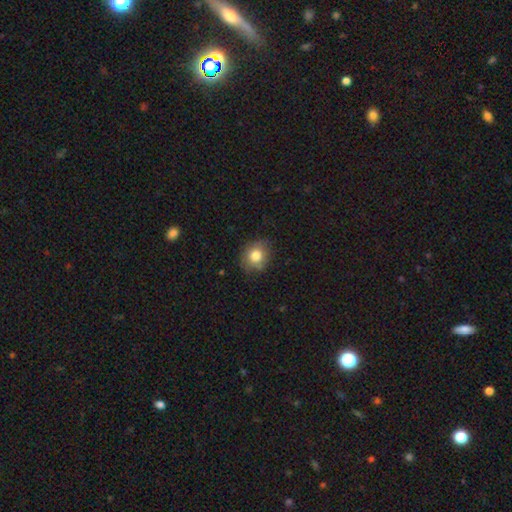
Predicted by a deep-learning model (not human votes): A smooth galaxy with no disk features (79%) that is round (69%). Merging: none (77%).